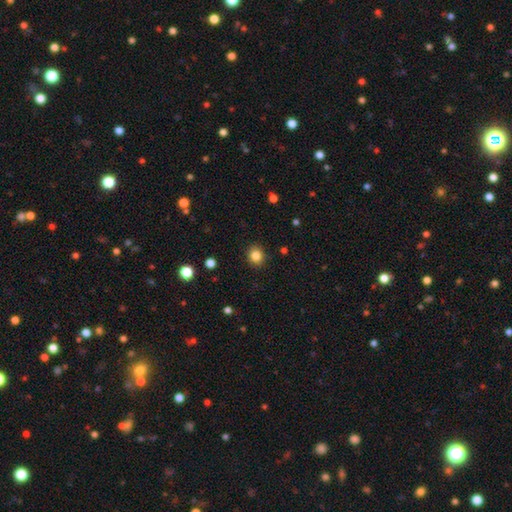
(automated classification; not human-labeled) smooth-or-featured: smooth: 84% | star or artifact: 11% | featured or disk: 5%
  how-rounded: round: 81% | in between: 18% | cigar-shaped: 1%
  merging: none: 91% | minor disturbance: 6% | major disturbance: 2% | merger: 1%